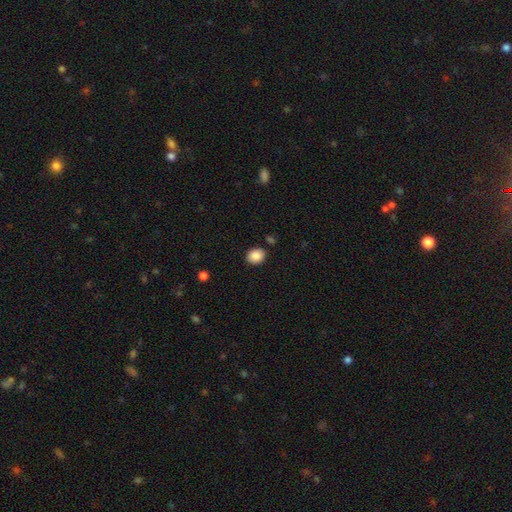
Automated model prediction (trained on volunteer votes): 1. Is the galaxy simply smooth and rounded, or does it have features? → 89% smooth, 8% star or artifact, 4% featured or disk.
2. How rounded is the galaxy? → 50% in between, 49% round, 1% cigar-shaped.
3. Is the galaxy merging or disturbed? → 87% none, 9% minor disturbance, 2% merger, 2% major disturbance.